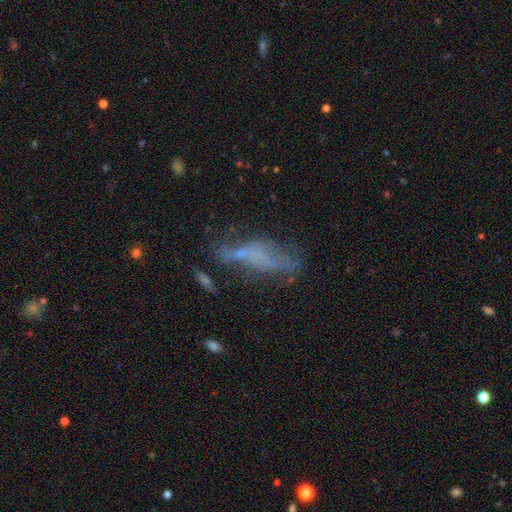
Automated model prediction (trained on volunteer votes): Morphology: type=featured or disk (45%); merging=none (35%).